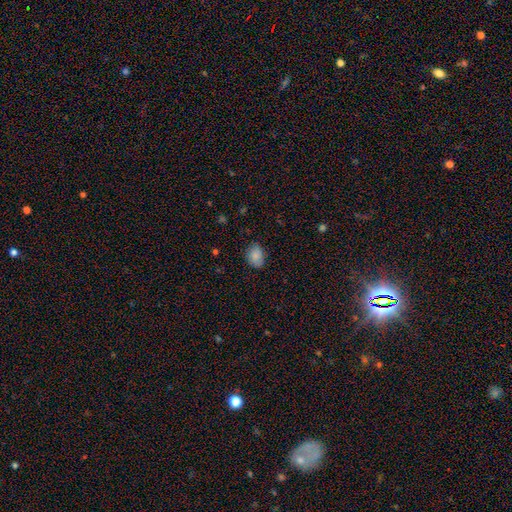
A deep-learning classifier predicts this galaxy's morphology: type=smooth (85%); roundness=in between (71%); merging=none (78%).